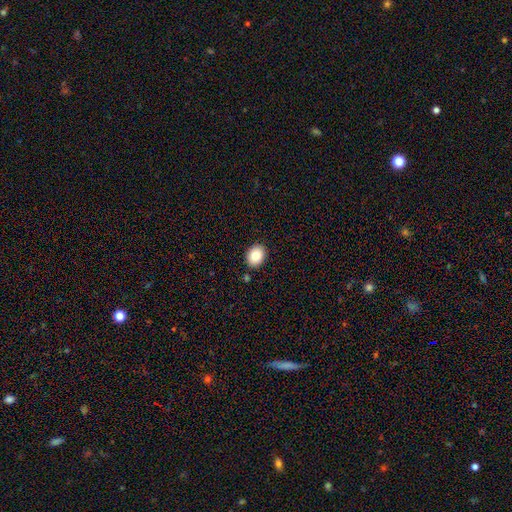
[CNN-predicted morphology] The model was most divided on "how rounded": in between: 61%, round: 38%, cigar-shaped: 1%. More confident: merging — none (89%); smooth or featured — smooth (83%).